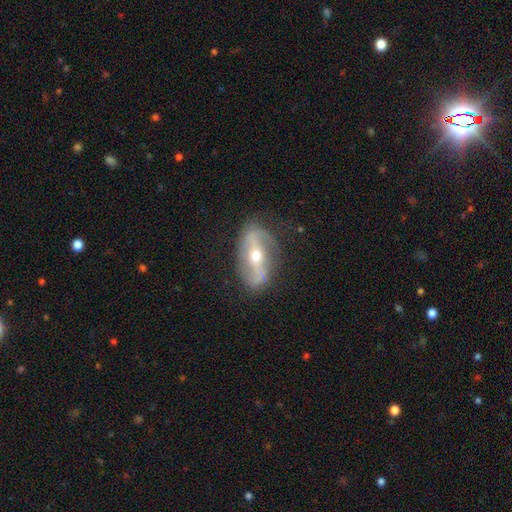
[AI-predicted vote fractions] Overall: featured or disk (83%). Edge-on disk: no (88%). Bar: strong (60%; weak 22%). Spiral arms: yes (84%). Spiral arm count: 2 (89%). Spiral winding: loose (51%; medium 32%). Bulge size: moderate (60%; small 35%). Merging: none (78%).